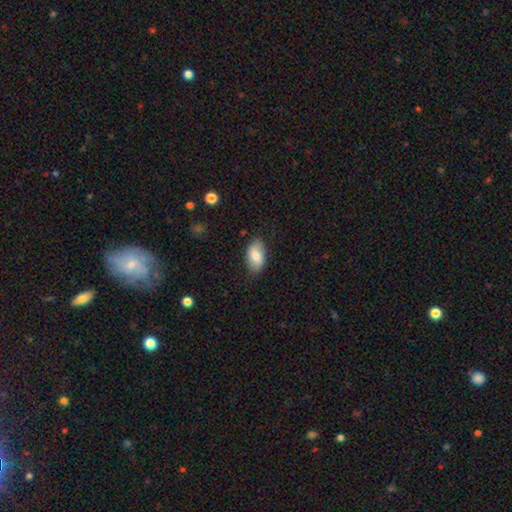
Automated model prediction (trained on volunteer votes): Smooth or featured: smooth — 81% (featured or disk — 13%)
How rounded: in between — 94% (round — 4%)
Merging: none — 82% (minor disturbance — 14%)